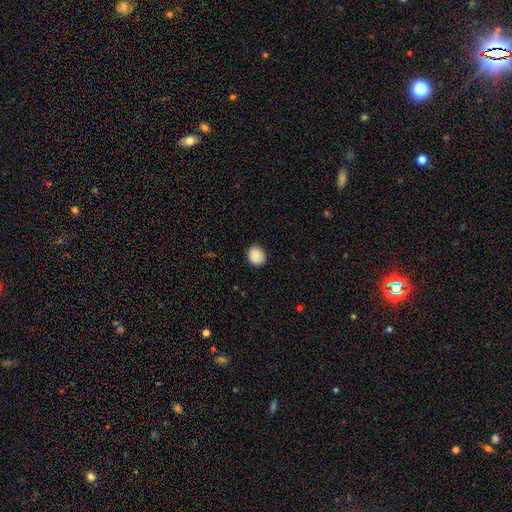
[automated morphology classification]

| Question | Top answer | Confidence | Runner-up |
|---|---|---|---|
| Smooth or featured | smooth | 88% | star or artifact (8%) |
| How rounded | round | 69% | in between (30%) |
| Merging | none | 84% | minor disturbance (13%) |